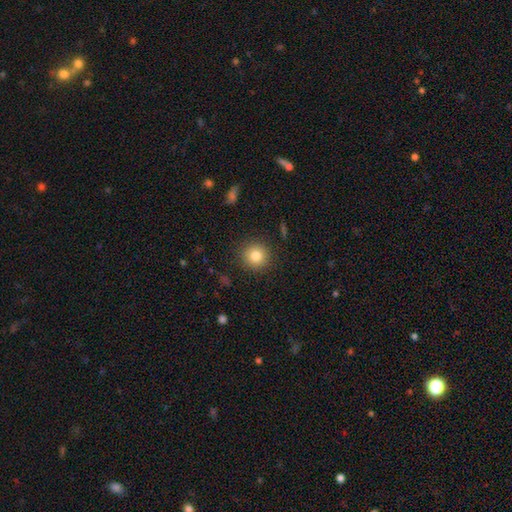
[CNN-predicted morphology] A smooth galaxy with no disk features (82%) that is round (93%).

Vote fractions:
- Smooth or featured? smooth: 82% / star or artifact: 11% / featured or disk: 8%
- How rounded? round: 93% / in between: 6% / cigar-shaped: 1%
- Merging? none: 89% / minor disturbance: 7% / major disturbance: 3% / merger: 1%